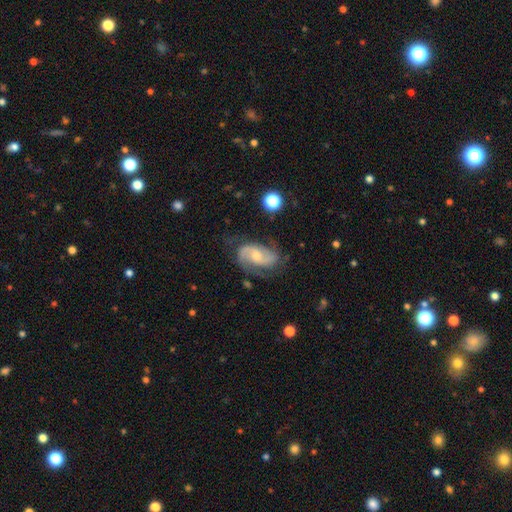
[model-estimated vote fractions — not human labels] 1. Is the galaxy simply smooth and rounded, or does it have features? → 85% featured or disk, 9% smooth, 6% star or artifact.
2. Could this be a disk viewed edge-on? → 97% no, 3% yes.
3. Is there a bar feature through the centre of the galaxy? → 48% no, 42% weak, 11% strong.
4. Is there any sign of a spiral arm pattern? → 96% yes, 4% no.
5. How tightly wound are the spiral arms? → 51% medium, 25% tight, 24% loose.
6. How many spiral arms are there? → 85% 2, 6% can't tell, 4% 3, 2% 1, 1% 4, 1% more than 4.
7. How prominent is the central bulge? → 47% moderate, 44% small, 4% none, 3% large, 1% dominant.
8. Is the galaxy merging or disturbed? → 70% none, 19% minor disturbance, 9% major disturbance, 2% merger.